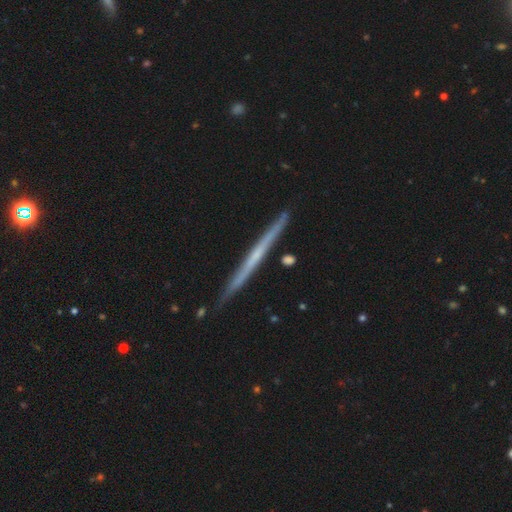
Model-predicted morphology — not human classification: smooth-or-featured: featured or disk: 65% | smooth: 29% | star or artifact: 6%
  disk-edge-on: yes: 98% | no: 2%
    edge-on-bulge: none: 80% | rounded: 16% | boxy: 4%
  merging: none: 90% | minor disturbance: 8% | merger: 1% | major disturbance: 1%